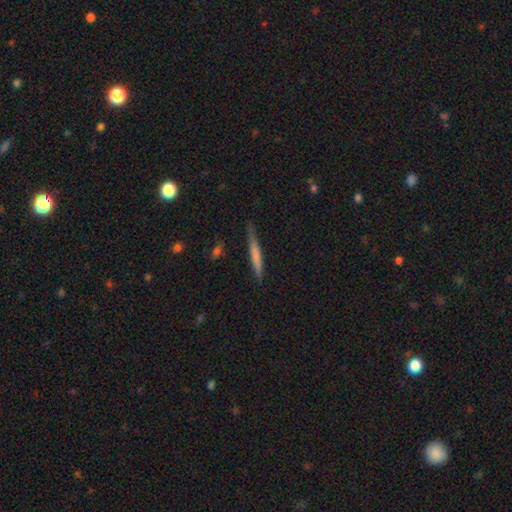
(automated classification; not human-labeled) Q: Smooth or featured?
A: smooth (60%); runner-up: featured or disk (34%)
Q: How rounded?
A: cigar-shaped (95%); runner-up: in between (3%)
Q: Merging?
A: none (80%); runner-up: minor disturbance (15%)